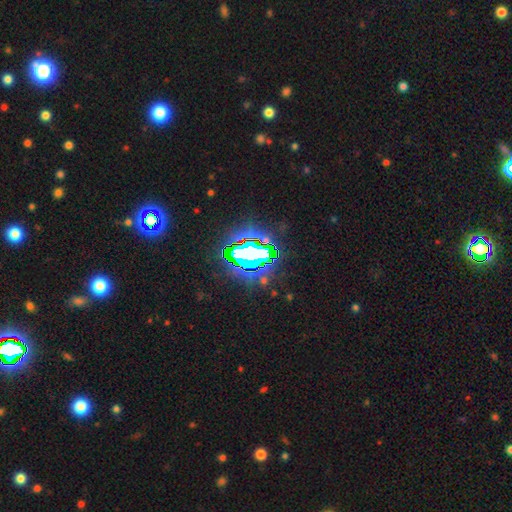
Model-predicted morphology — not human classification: smooth_or_featured: star or artifact (p=0.81) [alt: smooth p=0.10]